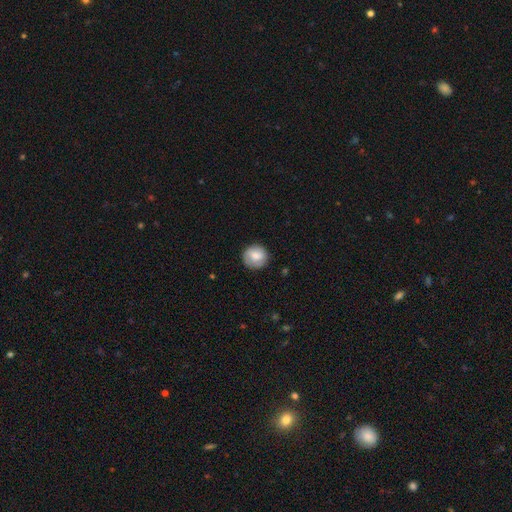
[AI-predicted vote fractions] This appears to be a smooth galaxy with no disk features (75%) that is round (90%). Merging: none (82%).